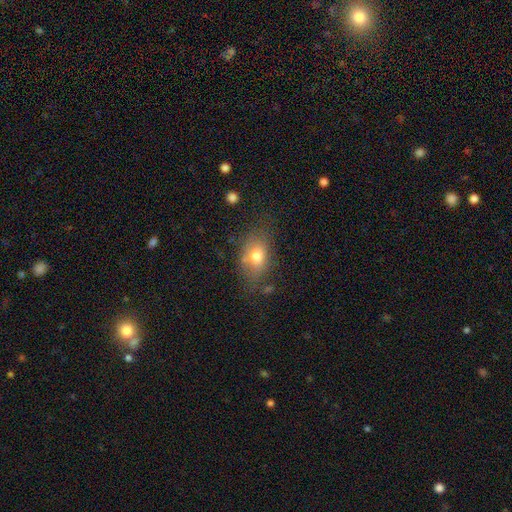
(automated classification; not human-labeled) This appears to be a smooth galaxy with no disk features (73%) that is in between round and cigar-shaped (80%). Merging: none (63%).